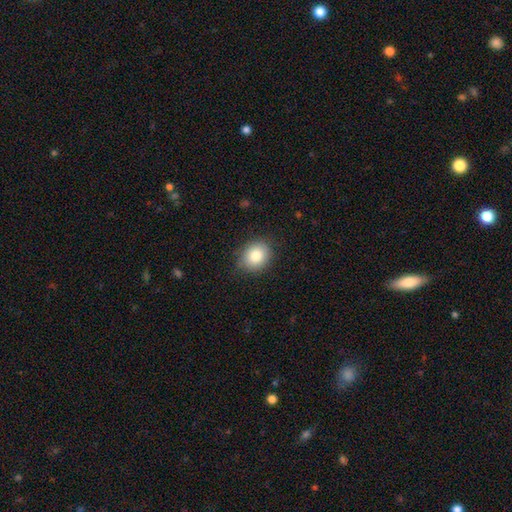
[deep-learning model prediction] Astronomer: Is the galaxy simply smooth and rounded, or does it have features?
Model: smooth — 82%.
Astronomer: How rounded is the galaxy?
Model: round — 59% (runner-up: in between, 40%).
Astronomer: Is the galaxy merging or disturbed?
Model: none — 84%.